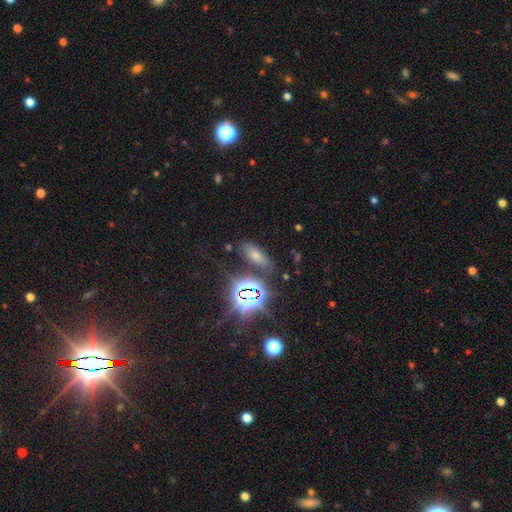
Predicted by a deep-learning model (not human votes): This appears to be a star or artifact, not a galaxy (51%).